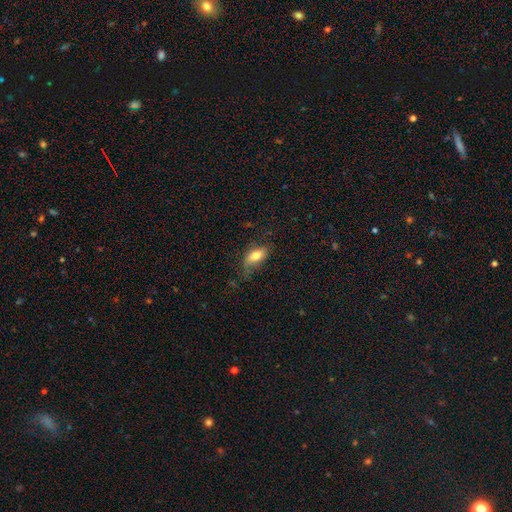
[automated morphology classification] smooth-or-featured: smooth: 75% | featured or disk: 18% | star or artifact: 8%
  how-rounded: in between: 87% | cigar-shaped: 8% | round: 5%
  merging: none: 52% | minor disturbance: 31% | major disturbance: 15% | merger: 2%